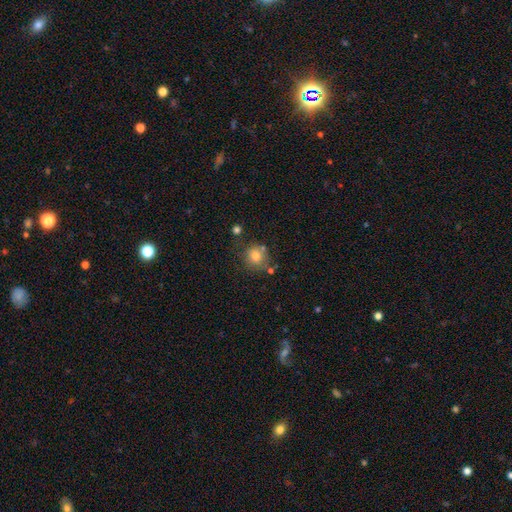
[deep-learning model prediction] smooth-or-featured: smooth: 78% | star or artifact: 11% | featured or disk: 11%
  how-rounded: round: 88% | in between: 11% | cigar-shaped: 1%
  merging: none: 70% | minor disturbance: 16% | merger: 10% | major disturbance: 5%